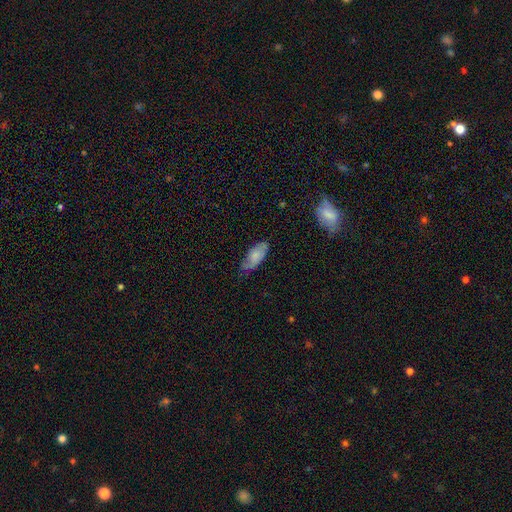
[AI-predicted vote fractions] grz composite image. It shows a smooth galaxy with no disk features (70%) that is in between round and cigar-shaped (84%). Merging: none (58%).